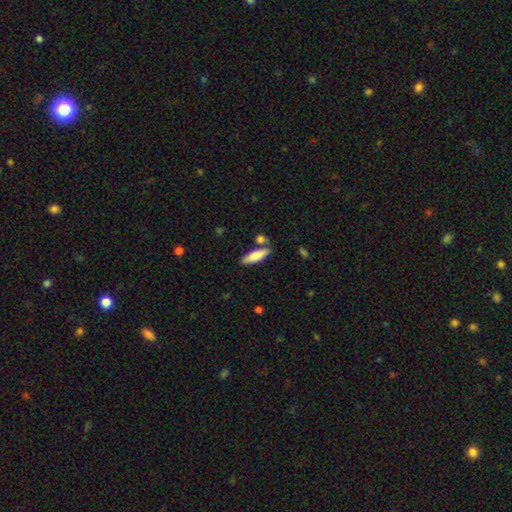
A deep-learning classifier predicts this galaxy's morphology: Smooth or featured? smooth (79%)
How rounded? cigar-shaped (54%)
Merging? none (72%)